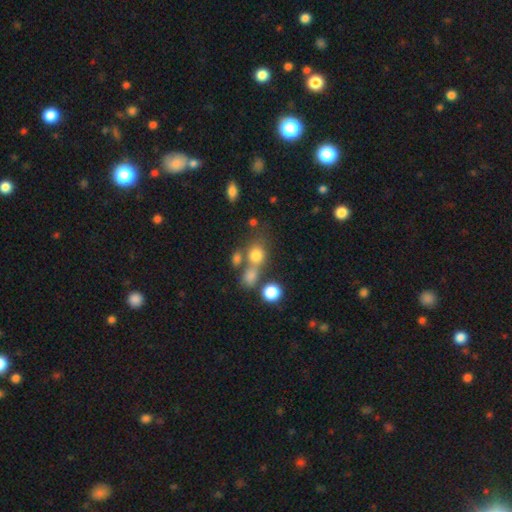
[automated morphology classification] type=smooth (75%); roundness=round (70%); merging=none (47%).